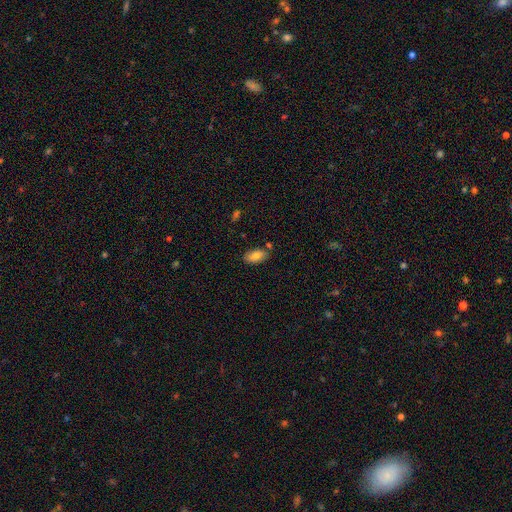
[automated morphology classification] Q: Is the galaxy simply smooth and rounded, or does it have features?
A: smooth — 80%.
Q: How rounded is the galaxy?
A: in between — 93%.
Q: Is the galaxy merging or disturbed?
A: none — 80%.